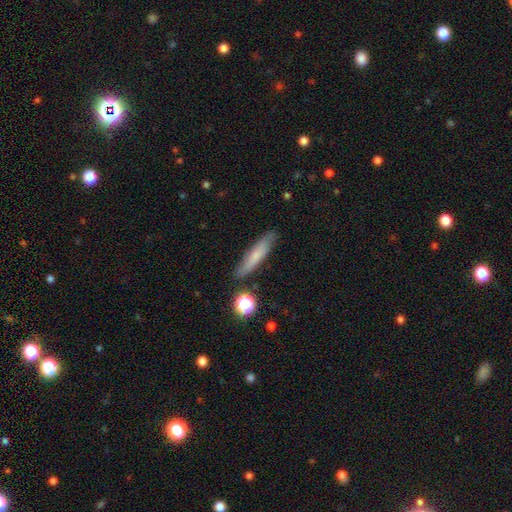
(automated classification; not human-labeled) Smooth or featured? smooth (65%)
How rounded? cigar-shaped (81%)
Merging? none (80%)